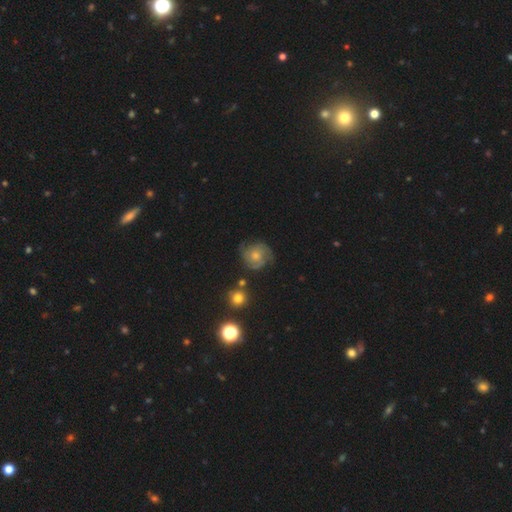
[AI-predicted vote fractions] This is likely a featured or disk galaxy (68%). It is clearly not viewed edge-on (98%). Bar: likely no (78%). Spiral arm pattern: clearly yes (91%). Spiral arm count: marginally 3 (35%). Spiral winding: possibly tight (47%). Central bulge: possibly moderate (59%). Merging: likely none (66%).